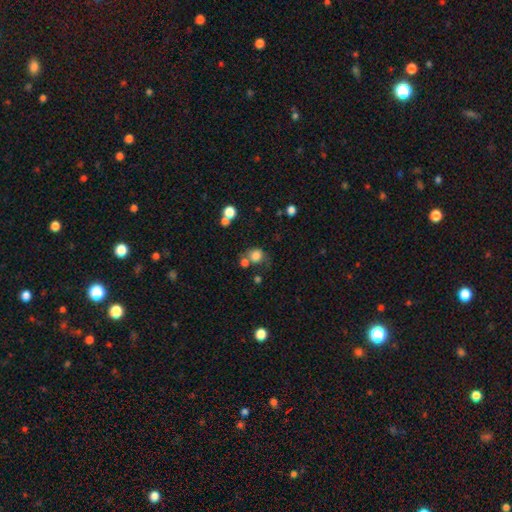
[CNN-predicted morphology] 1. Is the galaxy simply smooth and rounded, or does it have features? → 79% smooth, 13% star or artifact, 8% featured or disk.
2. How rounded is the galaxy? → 78% round, 21% in between, 1% cigar-shaped.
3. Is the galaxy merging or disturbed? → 51% none, 23% merger, 16% minor disturbance, 9% major disturbance.